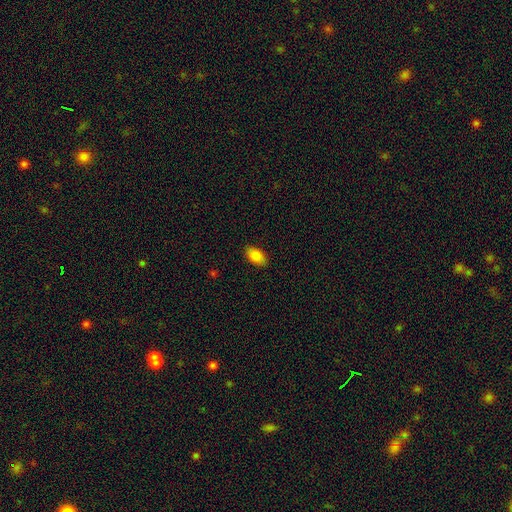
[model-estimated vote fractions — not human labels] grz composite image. It shows a smooth galaxy with no disk features (85%) that is in between round and cigar-shaped (93%). Merging: none (89%).